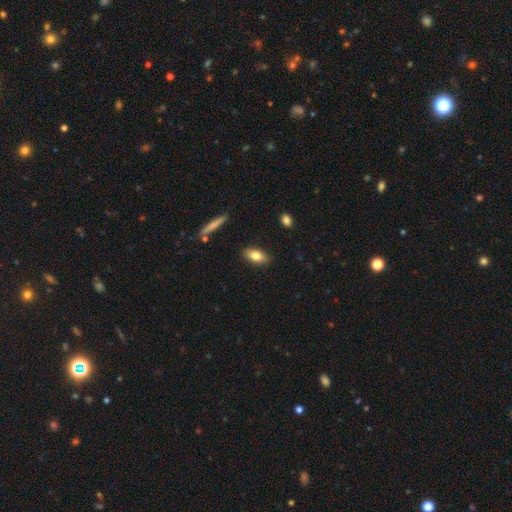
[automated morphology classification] A smooth galaxy with no disk features (76%) that is in between round and cigar-shaped (82%).

Vote fractions:
- Smooth or featured? smooth: 76% / featured or disk: 17% / star or artifact: 7%
- How rounded? in between: 82% / cigar-shaped: 15% / round: 4%
- Merging? none: 87% / minor disturbance: 10% / major disturbance: 2% / merger: 1%